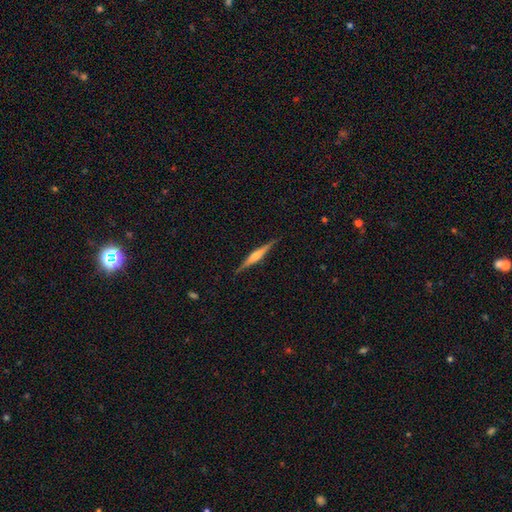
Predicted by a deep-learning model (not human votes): The model was most divided on "smooth or featured": featured or disk: 72%, smooth: 22%, star or artifact: 6%. More confident: edge-on disk — yes (98%); merging — none (90%); edge-on bulge — rounded (71%).